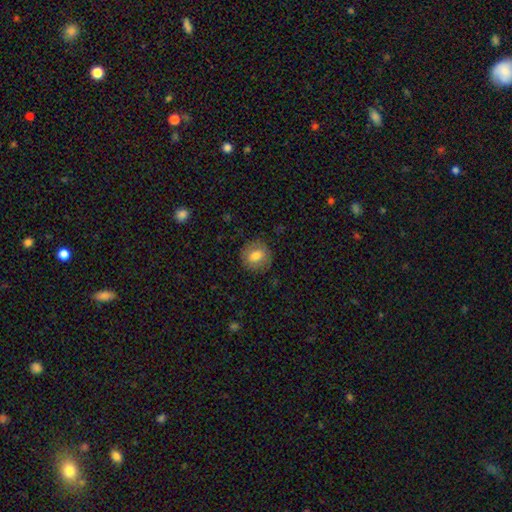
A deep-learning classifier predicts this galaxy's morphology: smooth 75%, featured or disk 16%, star or artifact 9%. Down the decision tree: how rounded — round (82%); merging — none (85%).